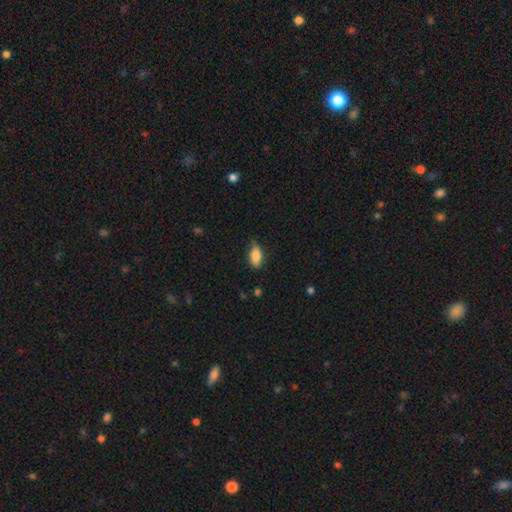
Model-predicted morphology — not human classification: smooth_or_featured: smooth (p=0.84) [alt: featured or disk p=0.09]
how_rounded: in between (p=0.88) [alt: cigar-shaped p=0.08]
merging: none (p=0.74) [alt: minor disturbance p=0.21]